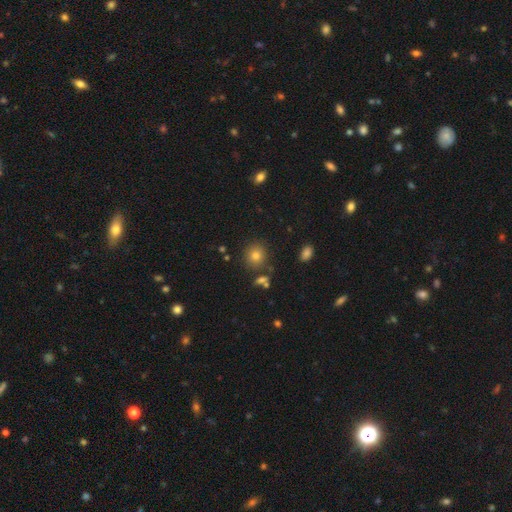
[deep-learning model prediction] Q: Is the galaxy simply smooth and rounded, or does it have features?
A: smooth — 76%.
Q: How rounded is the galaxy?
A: round — 87%.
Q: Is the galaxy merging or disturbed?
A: none — 82%.